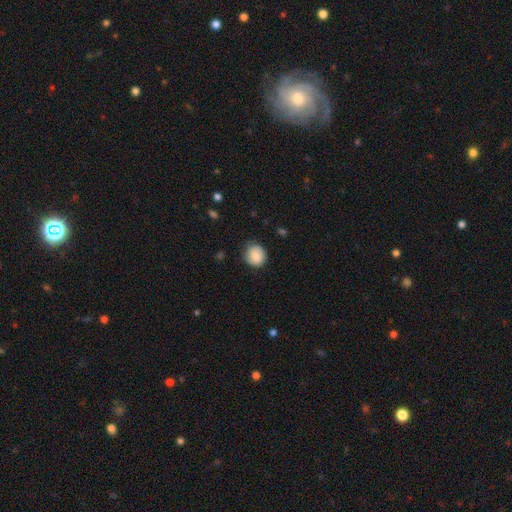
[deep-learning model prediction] A smooth galaxy with no disk features (81%) that is round (77%).

Vote fractions:
- Smooth or featured? smooth: 81% / featured or disk: 12% / star or artifact: 7%
- How rounded? round: 77% / in between: 22% / cigar-shaped: 1%
- Merging? none: 74% / minor disturbance: 20% / major disturbance: 5% / merger: 1%